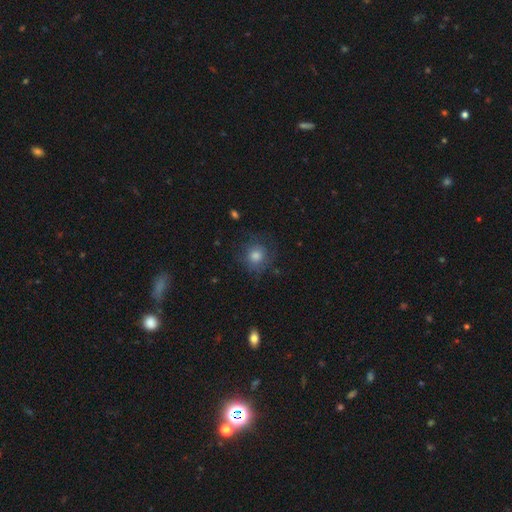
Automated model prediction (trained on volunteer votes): This appears to be a smooth galaxy with no disk features (69%) that is round (89%). Merging: none (77%).